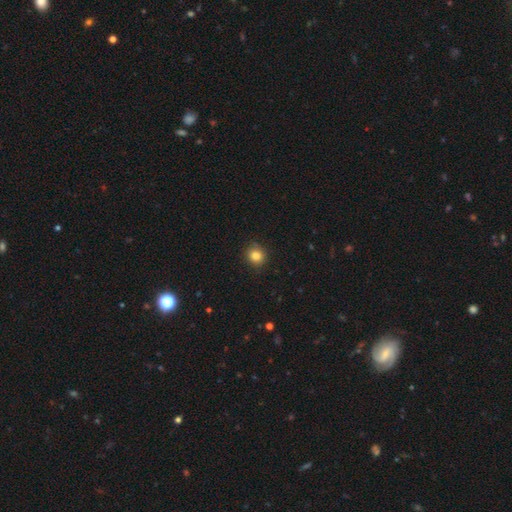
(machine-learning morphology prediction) Q: Smooth or featured?
A: smooth (84%); runner-up: star or artifact (11%)
Q: How rounded?
A: round (87%); runner-up: in between (12%)
Q: Merging?
A: none (88%); runner-up: minor disturbance (9%)